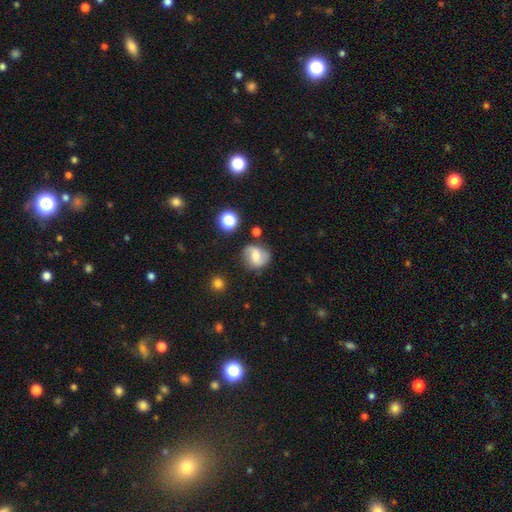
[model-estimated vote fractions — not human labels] A featured or disk galaxy (50%). Merging: none (76%).